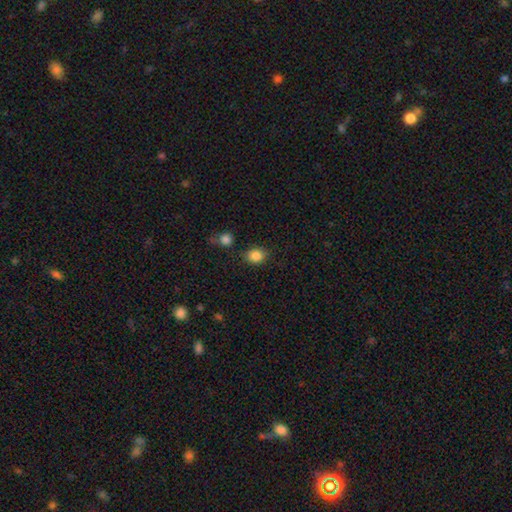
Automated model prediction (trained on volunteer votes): Smooth or featured? Predicted: smooth (p=0.84). How rounded? Predicted: round (p=0.55). Merging? Predicted: none (p=0.79).